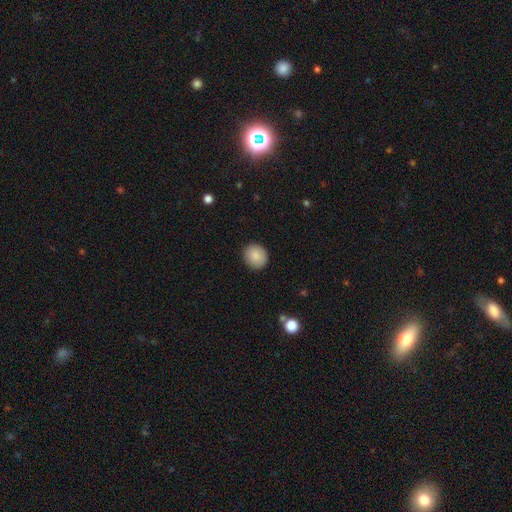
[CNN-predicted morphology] smooth_or_featured: smooth (p=0.87) [alt: star or artifact p=0.08]
how_rounded: round (p=0.76) [alt: in between p=0.23]
merging: none (p=0.90) [alt: minor disturbance p=0.08]